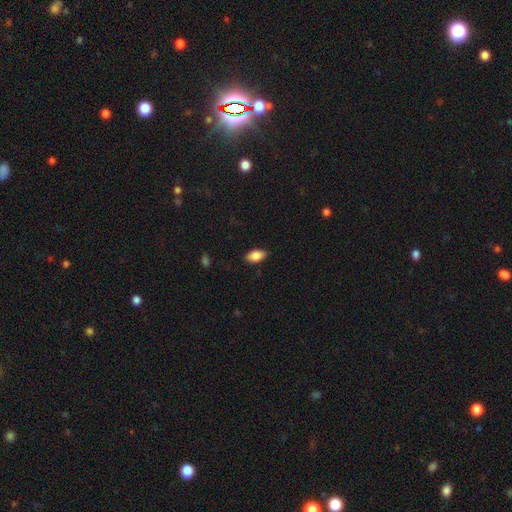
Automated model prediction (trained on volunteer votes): smooth 87%, star or artifact 7%, featured or disk 6%. Down the decision tree: how rounded — in between (93%); merging — none (86%).